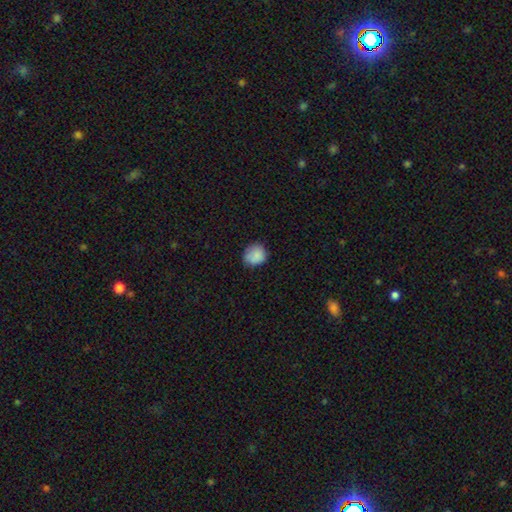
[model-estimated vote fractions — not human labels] Smooth or featured?
  - smooth: 86% *
  - star or artifact: 8%
  - featured or disk: 6%
How rounded?
  - round: 78% *
  - in between: 21%
  - cigar-shaped: 1%
Merging?
  - none: 74% *
  - minor disturbance: 21%
  - major disturbance: 4%
  - merger: 1%